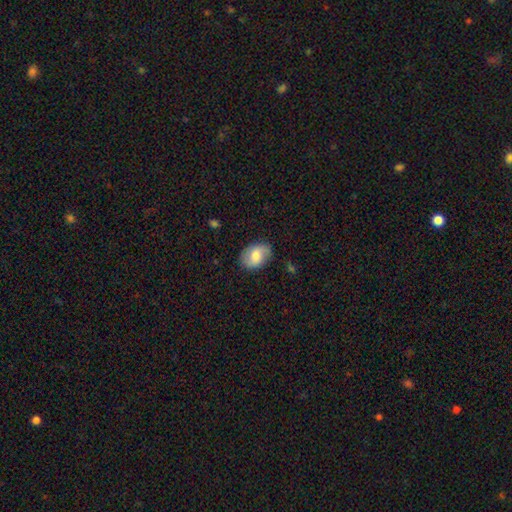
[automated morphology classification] Q: Smooth or featured?
A: smooth (63%); runner-up: featured or disk (30%)
Q: How rounded?
A: in between (79%); runner-up: round (19%)
Q: Merging?
A: none (80%); runner-up: minor disturbance (15%)